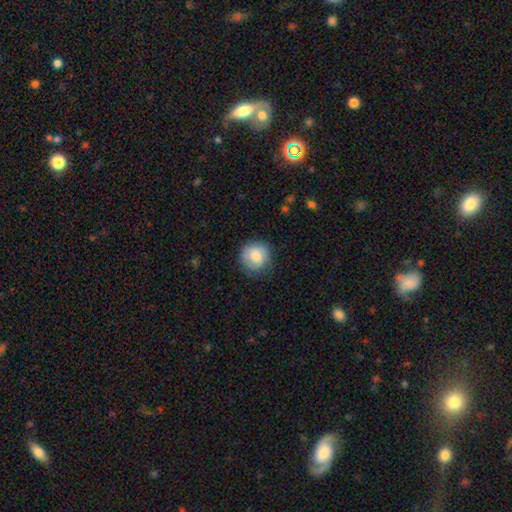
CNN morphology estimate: Smooth or featured? smooth (79%)
How rounded? round (91%)
Merging? none (79%)